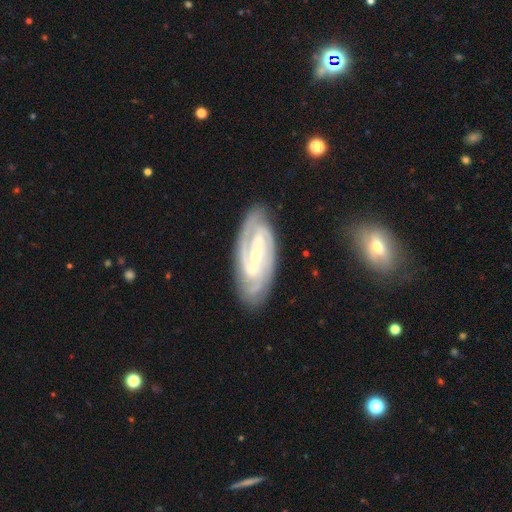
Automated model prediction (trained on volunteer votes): Smooth or featured? Predicted: featured or disk (p=0.88). Edge-on disk? Predicted: no (p=0.94). Bar? Predicted: strong (p=0.43). Spiral arms? Predicted: yes (p=0.97). Spiral winding? Predicted: tight (p=0.59). Spiral arm count? Predicted: 2 (p=0.51). Bulge size? Predicted: small (p=0.68). Merging? Predicted: none (p=0.82).